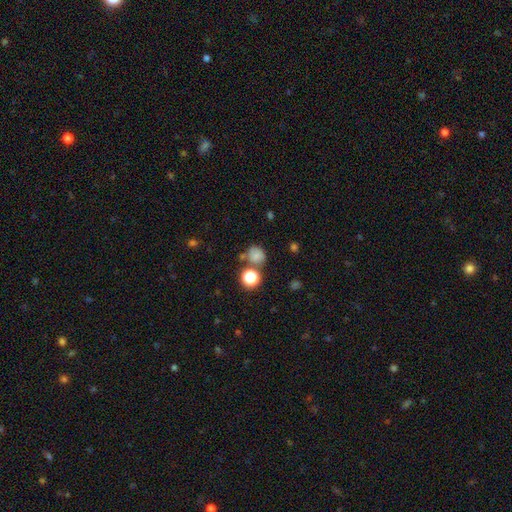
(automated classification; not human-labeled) Morphology: type=smooth (75%); roundness=round (81%); merging=none (63%).